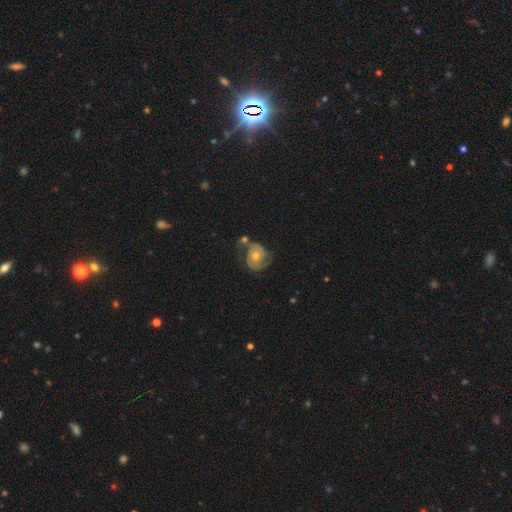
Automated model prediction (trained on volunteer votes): Overall: featured or disk (75%). Edge-on disk: no (97%). Bar: no (76%). Spiral arms: yes (88%). Spiral arm count: 2 (78%). Spiral winding: medium (41%; tight 38%). Bulge size: moderate (62%; small 33%). Merging: none (47%; minor disturbance 21%).